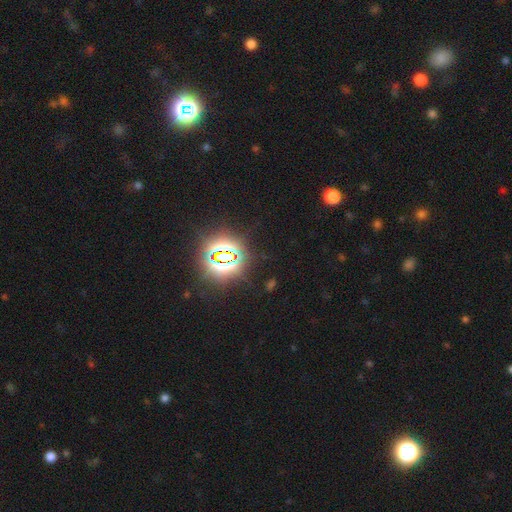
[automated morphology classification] The model was most divided on "smooth or featured": star or artifact: 81%, smooth: 13%, featured or disk: 6%.